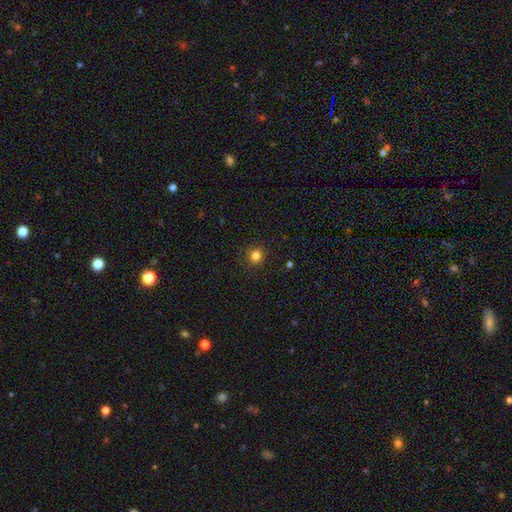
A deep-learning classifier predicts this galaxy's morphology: smooth_or_featured: smooth (p=0.83) [alt: star or artifact p=0.13]
how_rounded: round (p=0.91) [alt: in between p=0.08]
merging: none (p=0.91) [alt: minor disturbance p=0.06]